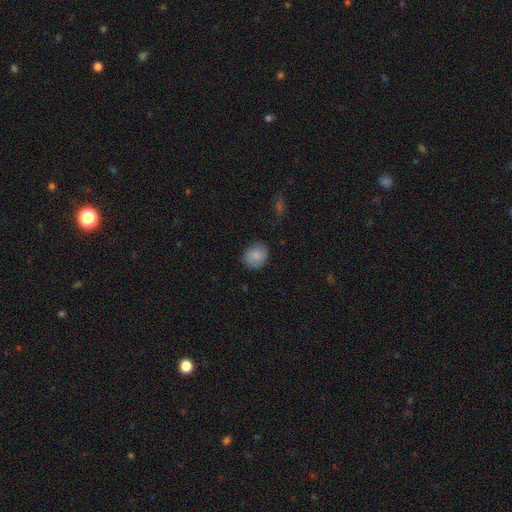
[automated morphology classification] Smooth or featured?
  - smooth: 85% *
  - star or artifact: 8%
  - featured or disk: 7%
How rounded?
  - round: 72% *
  - in between: 27%
  - cigar-shaped: 1%
Merging?
  - none: 83% *
  - minor disturbance: 13%
  - major disturbance: 3%
  - merger: 1%